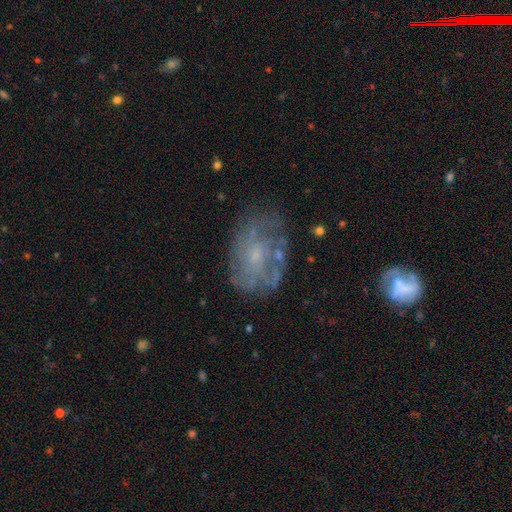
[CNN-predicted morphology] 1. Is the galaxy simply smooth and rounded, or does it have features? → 62% featured or disk, 28% smooth, 10% star or artifact.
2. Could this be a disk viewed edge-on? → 96% no, 4% yes.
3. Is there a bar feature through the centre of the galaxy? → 77% no, 20% weak, 3% strong.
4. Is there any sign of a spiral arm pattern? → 53% yes, 47% no.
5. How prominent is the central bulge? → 53% small, 25% moderate, 19% none, 2% large, 1% dominant.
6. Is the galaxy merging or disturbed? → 61% none, 22% minor disturbance, 14% major disturbance, 4% merger.